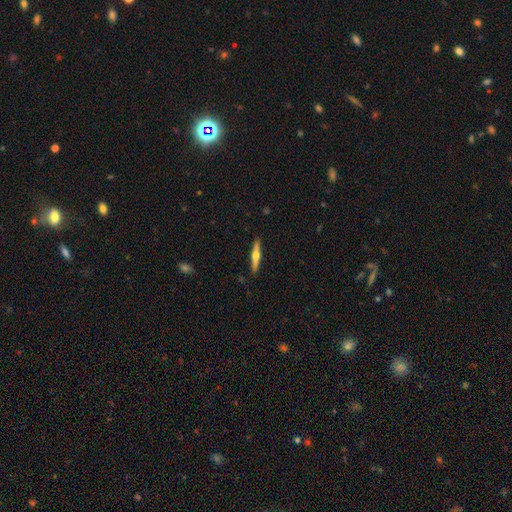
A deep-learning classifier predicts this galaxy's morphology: Smooth or featured: featured or disk — 61% (smooth — 33%)
Edge-on disk: yes — 97% (no — 3%)
Edge-on bulge: rounded — 93% (none — 4%)
Merging: none — 90% (minor disturbance — 7%)